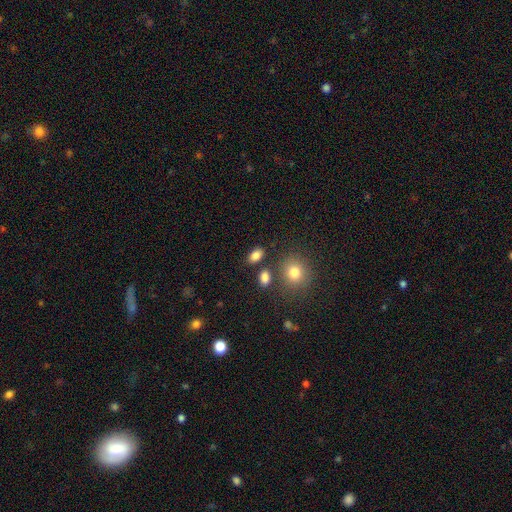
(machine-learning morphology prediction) A smooth galaxy with no disk features (84%) that is in between round and cigar-shaped (84%). Merging: none (78%).